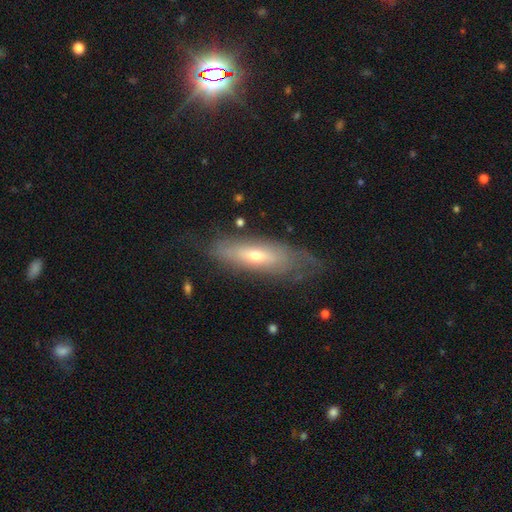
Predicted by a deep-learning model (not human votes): A featured or disk galaxy (57%).

Vote fractions:
- Smooth or featured? featured or disk: 57% / smooth: 33% / star or artifact: 9%
- Edge-on disk? no: 59% / yes: 41%
- Merging? none: 69% / minor disturbance: 22% / major disturbance: 8% / merger: 2%